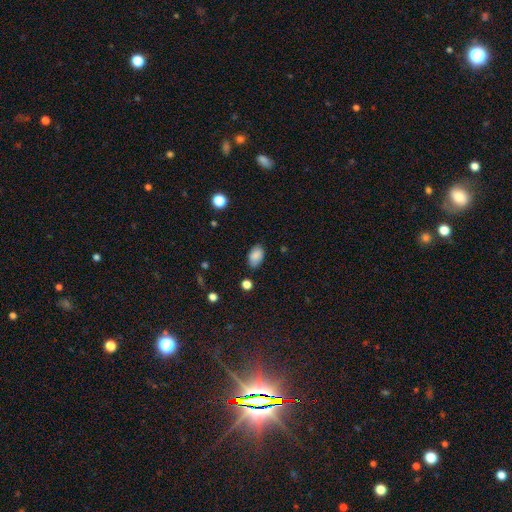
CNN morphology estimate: Smooth or featured?
  - smooth: 85% *
  - star or artifact: 8%
  - featured or disk: 6%
How rounded?
  - in between: 91% *
  - round: 8%
  - cigar-shaped: 1%
Merging?
  - none: 77% *
  - minor disturbance: 18%
  - major disturbance: 3%
  - merger: 2%